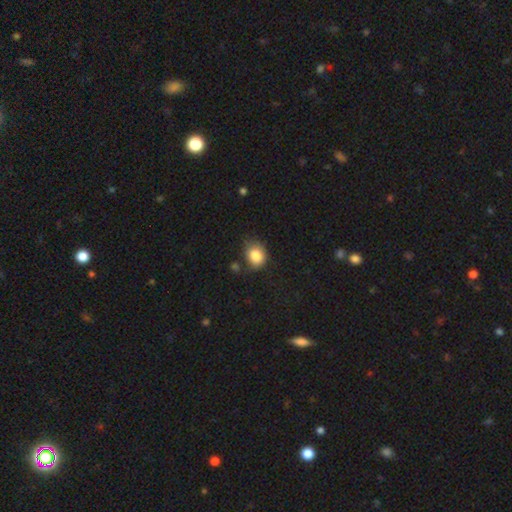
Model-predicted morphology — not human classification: smooth-or-featured: smooth: 85% | star or artifact: 9% | featured or disk: 6%
  how-rounded: round: 54% | in between: 45% | cigar-shaped: 1%
  merging: none: 61% | minor disturbance: 27% | major disturbance: 7% | merger: 5%